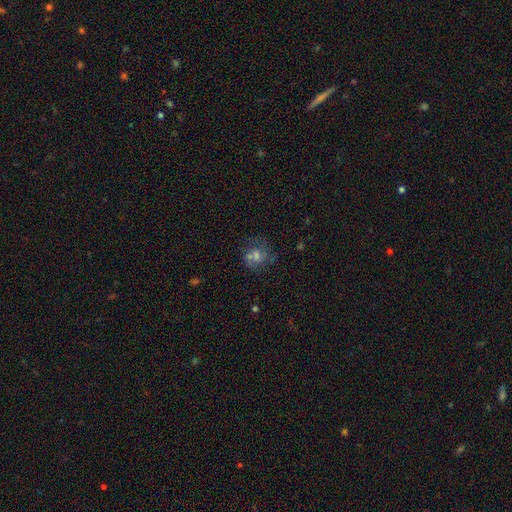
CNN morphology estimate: A featured or disk galaxy (39%). Merging: none (58%).